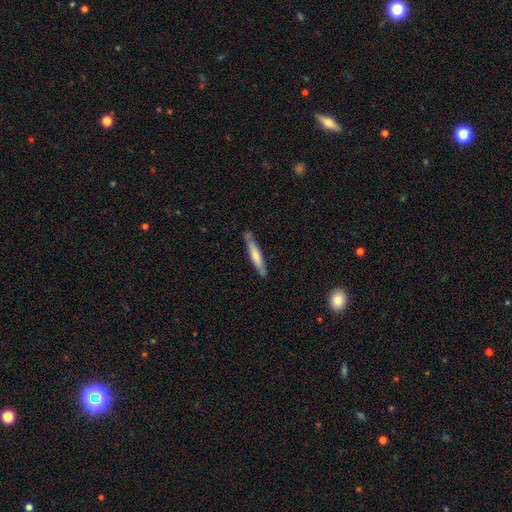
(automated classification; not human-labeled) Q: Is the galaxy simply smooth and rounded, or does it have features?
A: smooth — 62%.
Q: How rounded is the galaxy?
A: cigar-shaped — 91%.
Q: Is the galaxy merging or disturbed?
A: none — 77%.